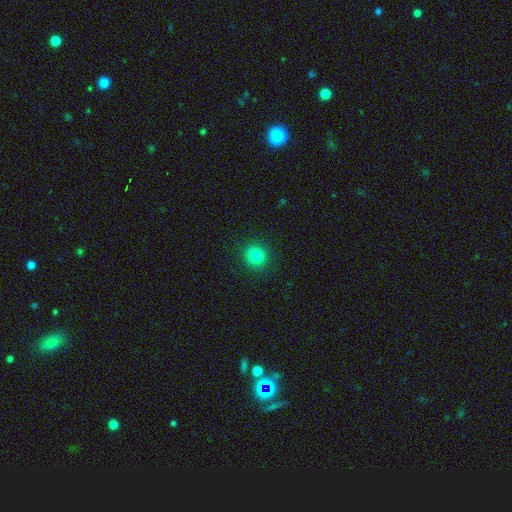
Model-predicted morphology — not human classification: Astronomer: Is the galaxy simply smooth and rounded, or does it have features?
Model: smooth — 83%.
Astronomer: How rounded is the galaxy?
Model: round — 92%.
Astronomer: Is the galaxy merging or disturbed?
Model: none — 92%.